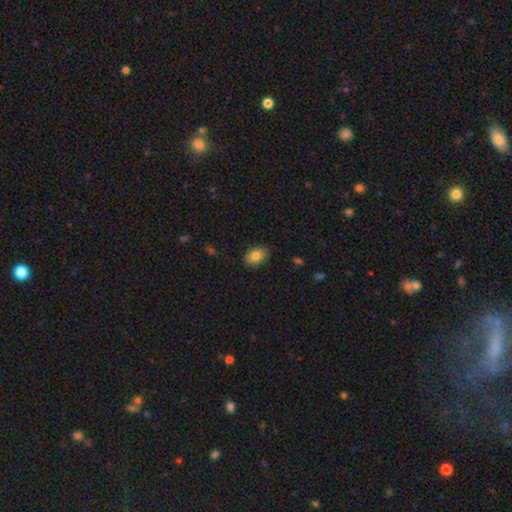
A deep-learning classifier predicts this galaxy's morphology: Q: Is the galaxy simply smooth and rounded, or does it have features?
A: smooth — 83%.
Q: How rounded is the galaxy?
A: in between — 83%.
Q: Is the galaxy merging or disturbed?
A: none — 87%.